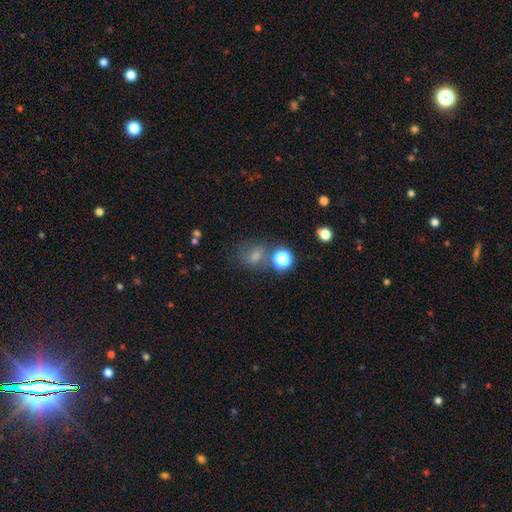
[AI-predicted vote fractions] This appears to be a smooth galaxy with no disk features (55%) that is round (57%). Merging: none (57%).